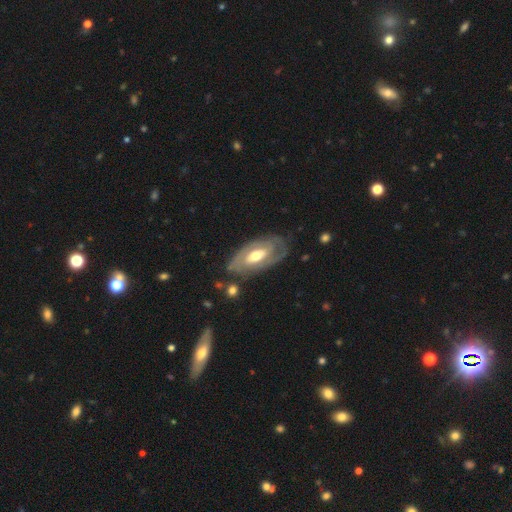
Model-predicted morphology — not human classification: Smooth or featured: featured or disk — 75% (smooth — 20%)
Edge-on disk: no — 90% (yes — 10%)
Bar: no — 50% (weak — 33%)
Spiral arms: yes — 71% (no — 29%)
Bulge size: moderate — 71% (small — 15%)
Merging: none — 73% (minor disturbance — 17%)